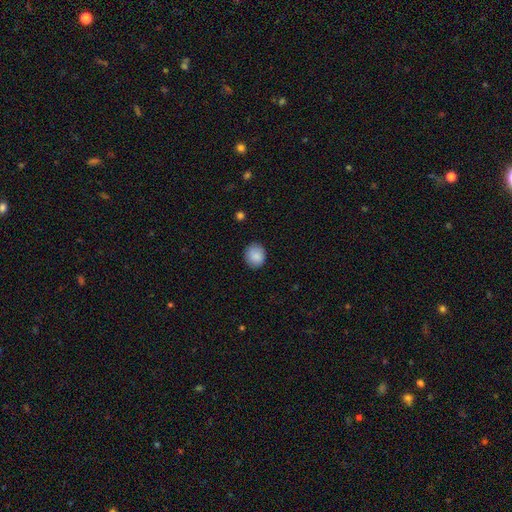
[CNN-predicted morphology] type=smooth (88%); roundness=round (71%); merging=none (87%).